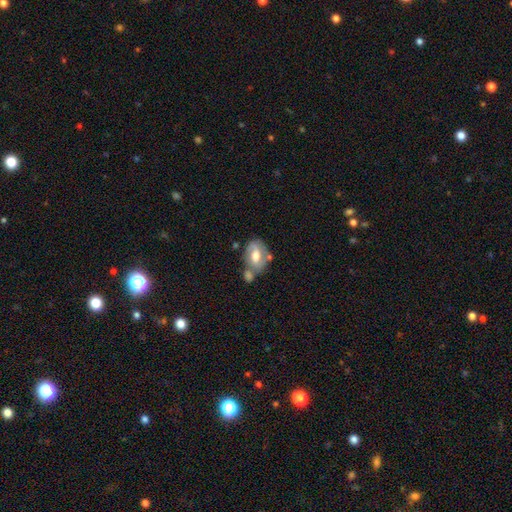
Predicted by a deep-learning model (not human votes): A featured or disk galaxy (50%).

Vote fractions:
- Smooth or featured? featured or disk: 50% / smooth: 43% / star or artifact: 7%
- Edge-on disk? no: 94% / yes: 6%
- Merging? none: 39% / merger: 31% / minor disturbance: 21% / major disturbance: 9%